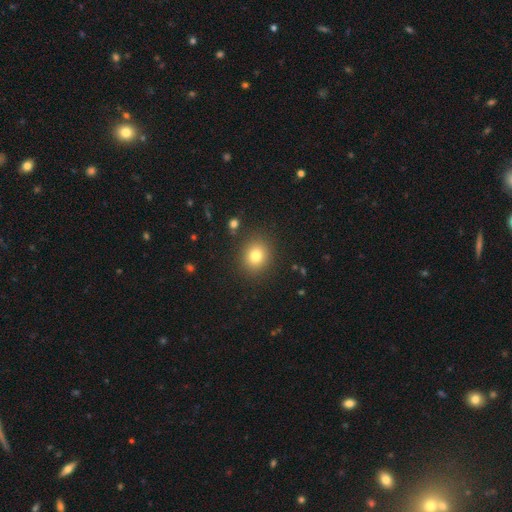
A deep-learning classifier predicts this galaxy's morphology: A smooth galaxy with no disk features (80%) that is round (73%). Merging: none (87%).